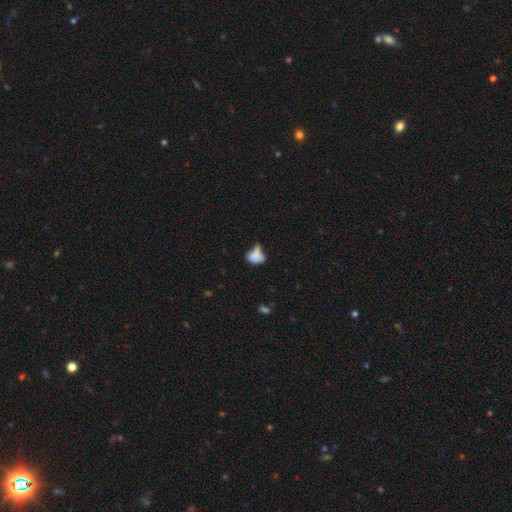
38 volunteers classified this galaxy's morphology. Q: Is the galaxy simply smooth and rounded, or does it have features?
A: smooth — 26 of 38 (68%).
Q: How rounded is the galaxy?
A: in between — 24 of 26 (92%).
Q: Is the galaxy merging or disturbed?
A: none — 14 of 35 (40%).